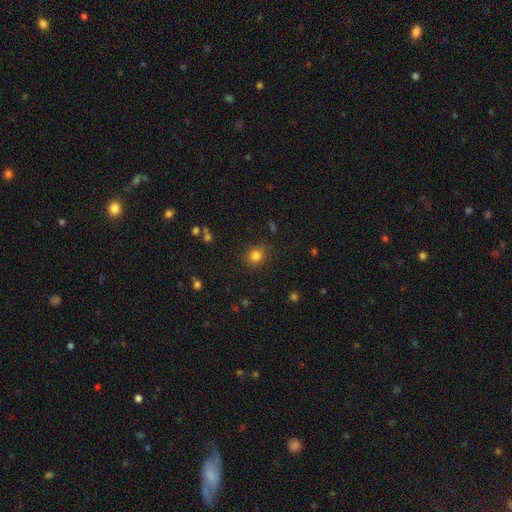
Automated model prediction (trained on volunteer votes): Smooth or featured? Predicted: smooth (p=0.82). How rounded? Predicted: round (p=0.83). Merging? Predicted: none (p=0.82).